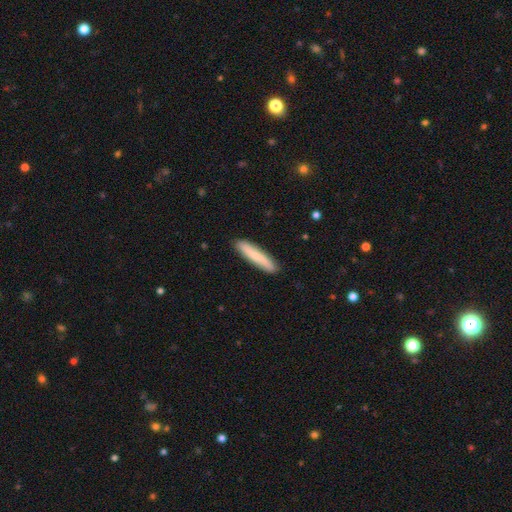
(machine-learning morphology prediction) This appears to be a smooth galaxy with no disk features (71%) that is cigar-shaped (90%). Merging: none (89%).